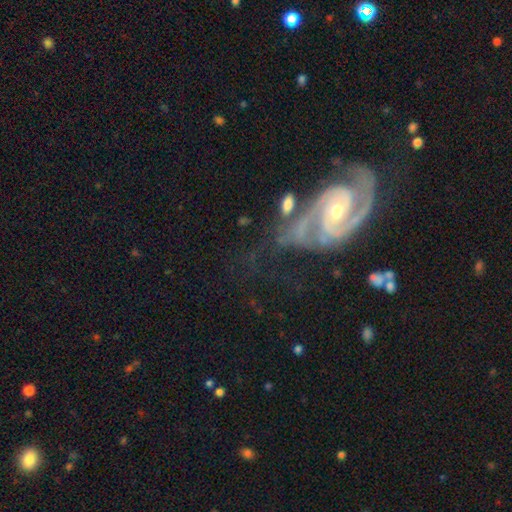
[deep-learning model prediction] featured or disk 88%, star or artifact 7%, smooth 5%. Down the decision tree: edge-on disk — no (97%); bar — no (51%); spiral arms — yes (98%); spiral arm count — 2 (81%); spiral winding — tight (55%); bulge size — small (60%); merging — none (55%).